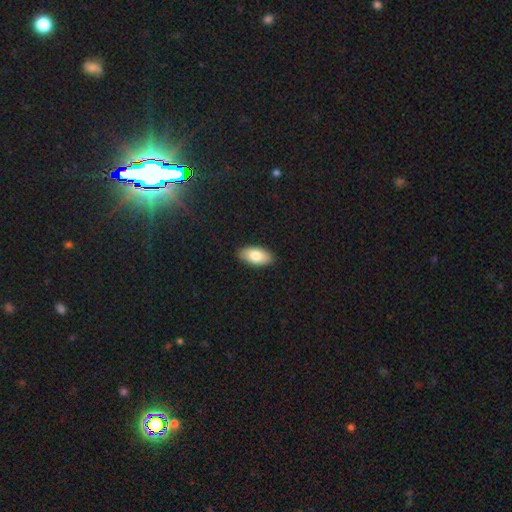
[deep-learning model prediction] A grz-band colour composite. It shows a smooth galaxy with no disk features (81%) that is in between round and cigar-shaped (93%). Merging: none (89%).